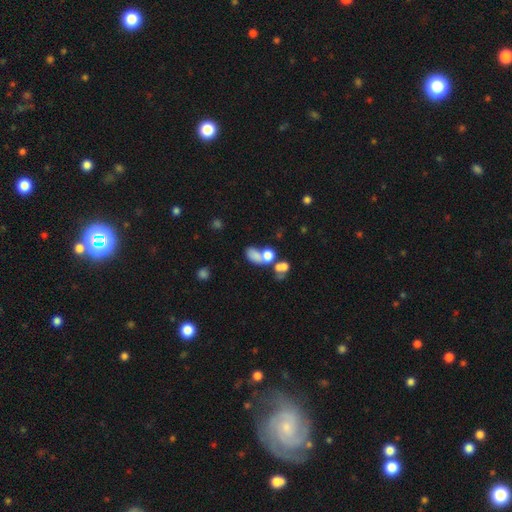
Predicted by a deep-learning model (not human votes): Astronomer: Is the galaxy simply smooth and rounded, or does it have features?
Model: smooth — 66%.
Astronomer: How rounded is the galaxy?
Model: in between — 76%.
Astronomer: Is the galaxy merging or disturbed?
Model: merger — 54%.